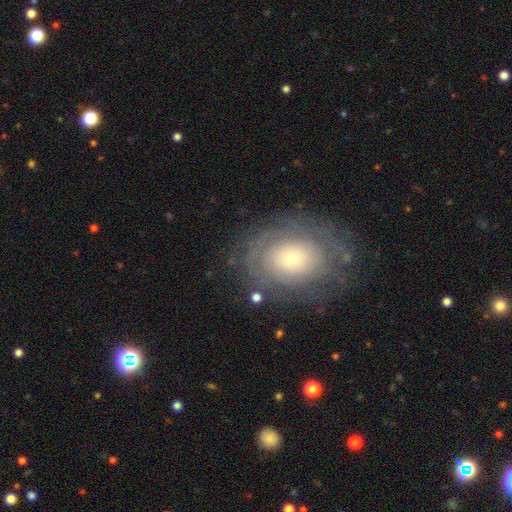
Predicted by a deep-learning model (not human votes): Smooth or featured? featured or disk (53%)
Edge-on disk? no (95%)
Bar? no (84%)
Spiral arms? yes (64%)
Bulge size? small (43%)
Merging? none (78%)